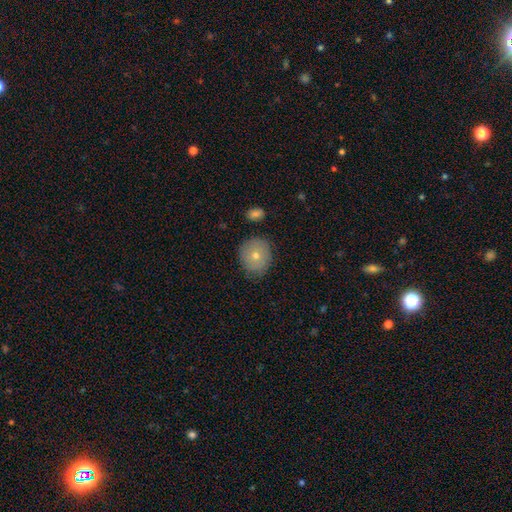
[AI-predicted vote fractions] Morphology: type=smooth (66%); roundness=round (82%); merging=none (82%).